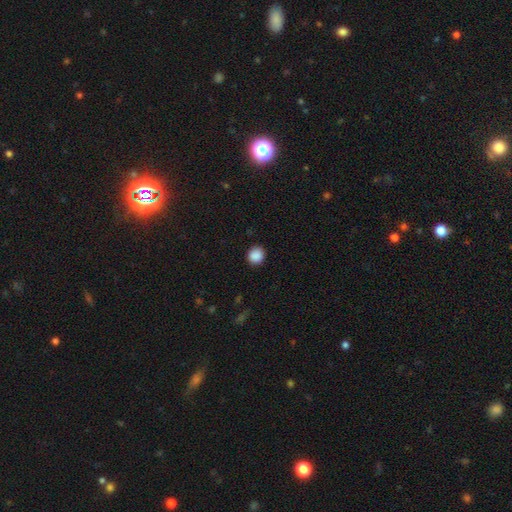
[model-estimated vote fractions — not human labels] A smooth galaxy with no disk features (89%) that is round (86%). Merging: none (90%).